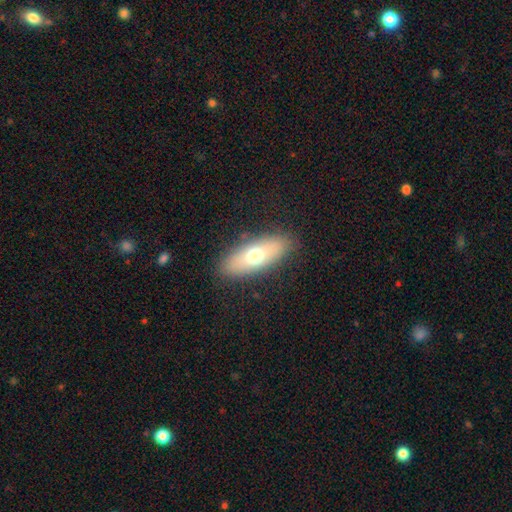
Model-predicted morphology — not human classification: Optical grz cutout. It shows a smooth galaxy with no disk features (63%) that is in between round and cigar-shaped (69%). Merging: none (87%).